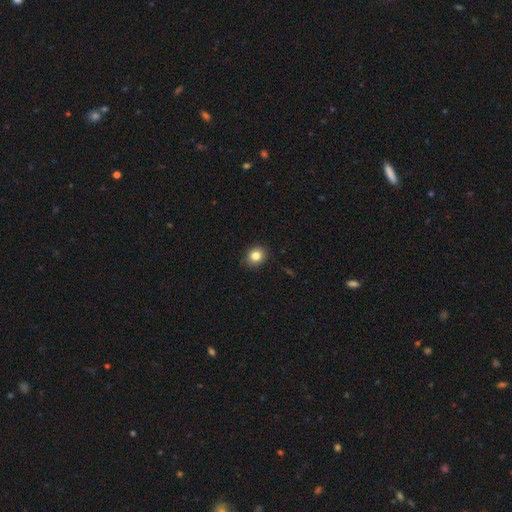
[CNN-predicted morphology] A smooth galaxy with no disk features (83%) that is round (71%). Merging: none (89%).